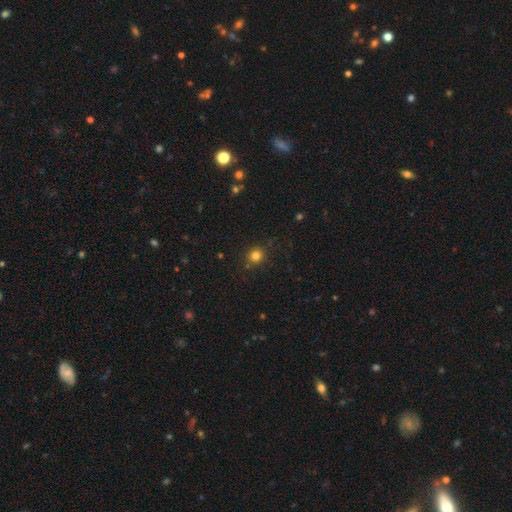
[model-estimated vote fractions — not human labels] This appears to be a smooth galaxy with no disk features (80%) that is round (90%). Merging: none (87%).